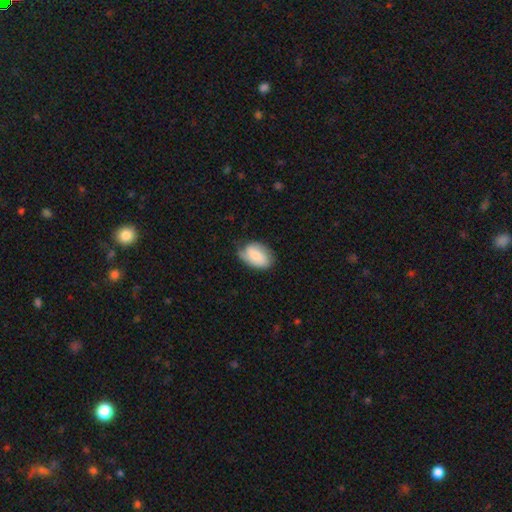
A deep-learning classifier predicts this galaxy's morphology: Smooth or featured?
  - smooth: 65% *
  - featured or disk: 28%
  - star or artifact: 7%
How rounded?
  - in between: 87% *
  - round: 11%
  - cigar-shaped: 1%
Merging?
  - none: 56% *
  - minor disturbance: 33%
  - major disturbance: 10%
  - merger: 1%